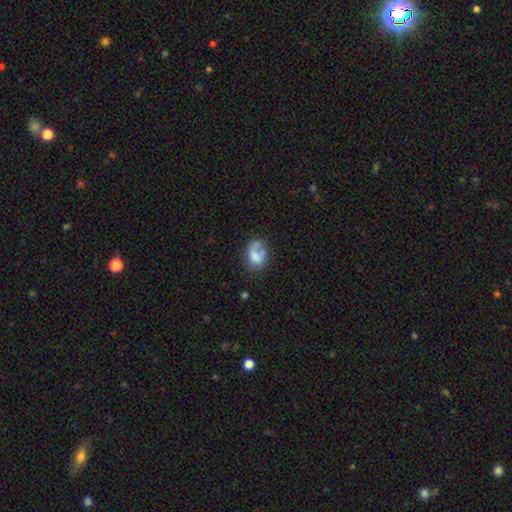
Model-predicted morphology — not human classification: smooth 66%, featured or disk 25%, star or artifact 9%. Down the decision tree: how rounded — in between (74%); merging — none (37%).